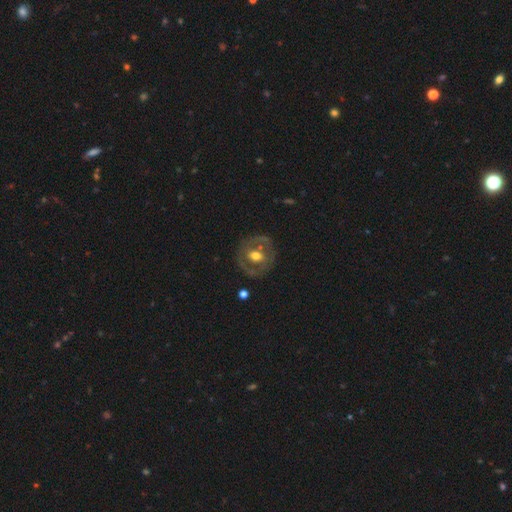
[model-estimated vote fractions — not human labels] A featured or disk galaxy (61%) with no bar (57%), no spiral arms (76%) and a moderate central bulge (72%). Merging: none (76%).